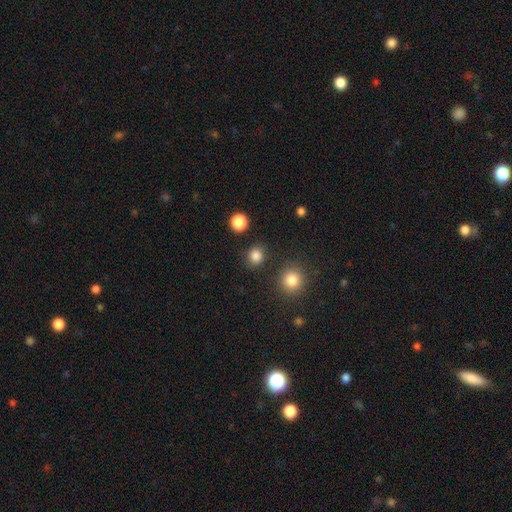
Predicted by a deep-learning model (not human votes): This is clearly a smooth galaxy (84%). How rounded: likely round (79%). Merging: clearly none (86%).